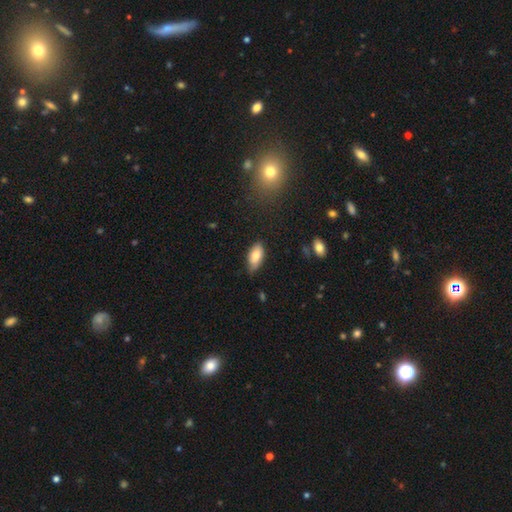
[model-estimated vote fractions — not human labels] This is clearly a smooth galaxy (81%). How rounded: clearly in between (90%). Merging: likely none (71%).